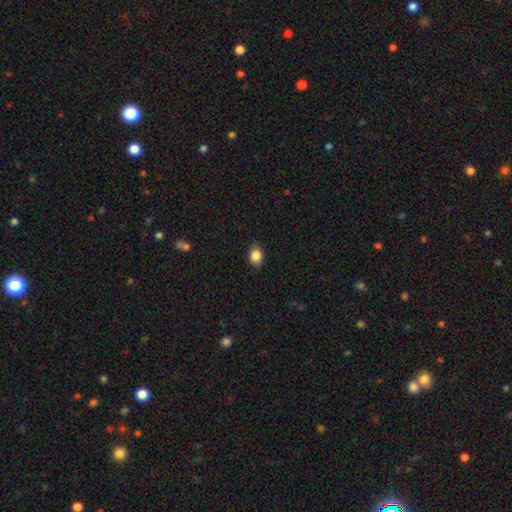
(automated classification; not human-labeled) This is clearly a smooth galaxy (86%). How rounded: likely in between (71%). Merging: clearly none (84%).